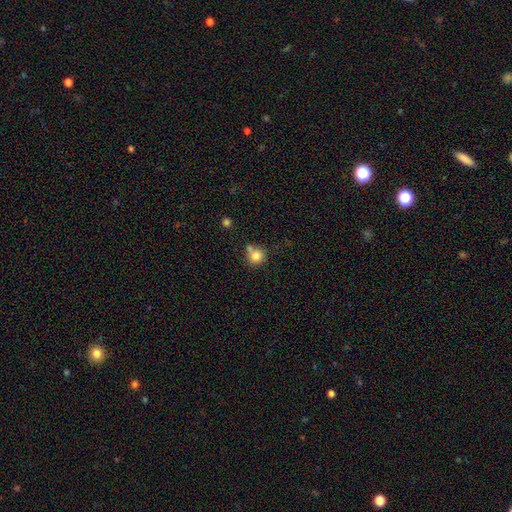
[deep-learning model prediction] A smooth galaxy with no disk features (81%) that is round (88%).

Vote fractions:
- Smooth or featured? smooth: 81% / star or artifact: 11% / featured or disk: 8%
- How rounded? round: 88% / in between: 11% / cigar-shaped: 1%
- Merging? none: 59% / merger: 23% / minor disturbance: 14% / major disturbance: 4%